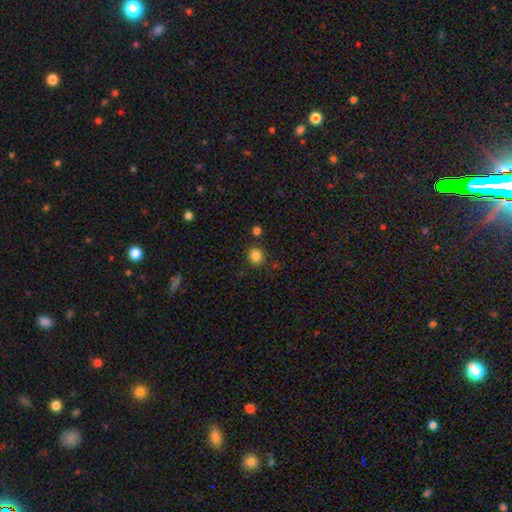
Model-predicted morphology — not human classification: This appears to be a smooth galaxy with no disk features (84%) that is round (90%). Merging: none (86%).